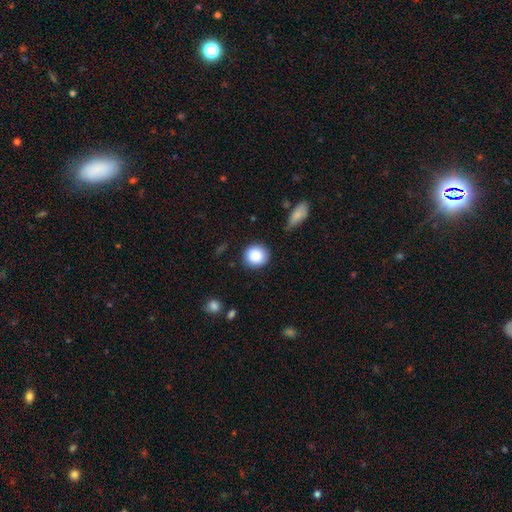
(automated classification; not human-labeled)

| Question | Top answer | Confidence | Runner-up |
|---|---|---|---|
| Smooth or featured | smooth | 87% | star or artifact (8%) |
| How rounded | round | 90% | in between (9%) |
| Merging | none | 86% | minor disturbance (10%) |